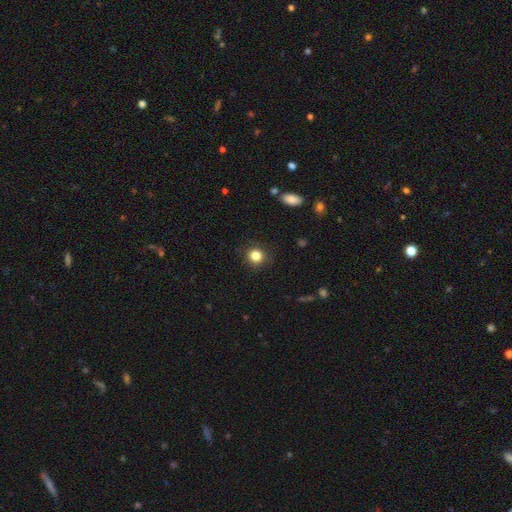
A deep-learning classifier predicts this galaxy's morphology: smooth_or_featured: smooth (p=0.84) [alt: star or artifact p=0.11]
how_rounded: round (p=0.88) [alt: in between p=0.11]
merging: none (p=0.89) [alt: minor disturbance p=0.07]